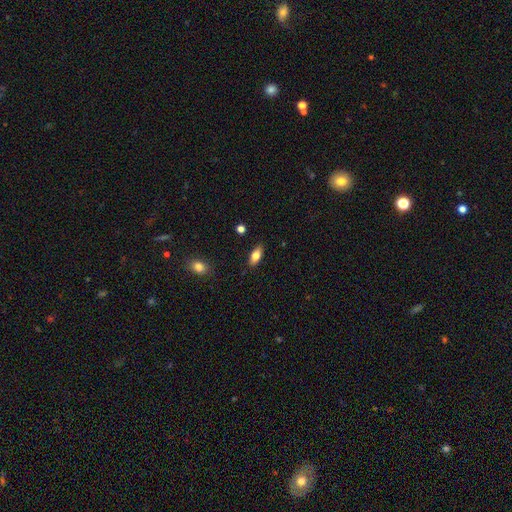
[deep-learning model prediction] Smooth or featured? smooth (75%)
How rounded? in between (84%)
Merging? none (86%)